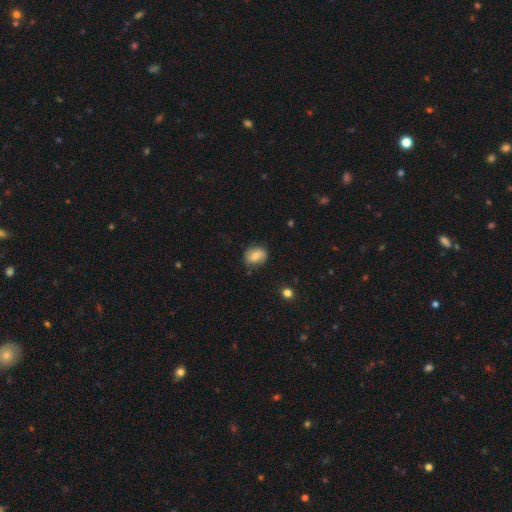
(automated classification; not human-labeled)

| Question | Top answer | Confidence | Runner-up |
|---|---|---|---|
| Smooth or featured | smooth | 75% | featured or disk (17%) |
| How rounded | in between | 51% | round (48%) |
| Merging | none | 76% | minor disturbance (18%) |